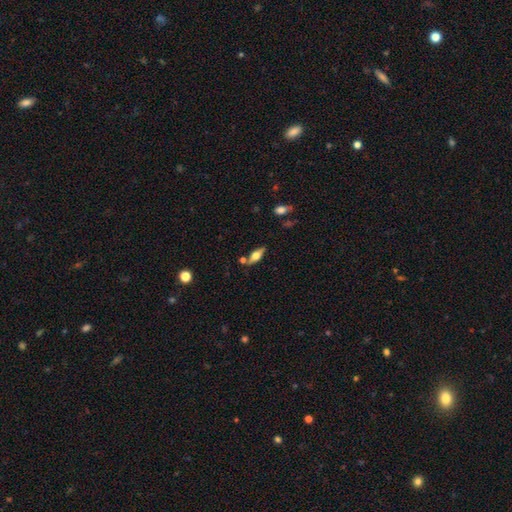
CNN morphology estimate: A smooth galaxy with no disk features (47%). Merging: none (74%).